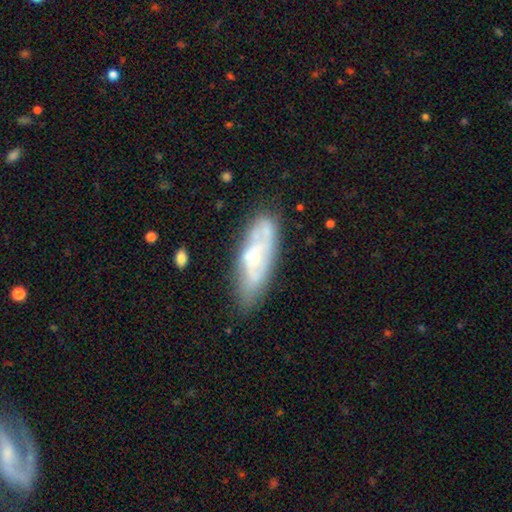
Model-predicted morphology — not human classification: smooth-or-featured: featured or disk: 60% | smooth: 32% | star or artifact: 7%
  disk-edge-on: no: 80% | yes: 20%
  merging: none: 64% | minor disturbance: 23% | major disturbance: 9% | merger: 4%